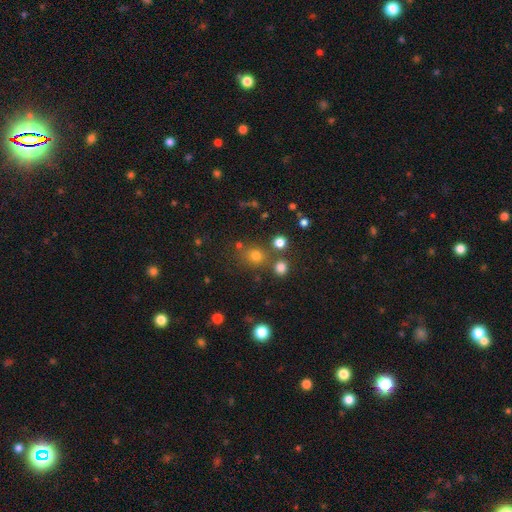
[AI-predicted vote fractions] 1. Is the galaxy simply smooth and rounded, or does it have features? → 73% smooth, 19% star or artifact, 8% featured or disk.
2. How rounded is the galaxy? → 81% round, 18% in between, 1% cigar-shaped.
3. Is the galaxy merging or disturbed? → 72% none, 13% merger, 10% minor disturbance, 4% major disturbance.